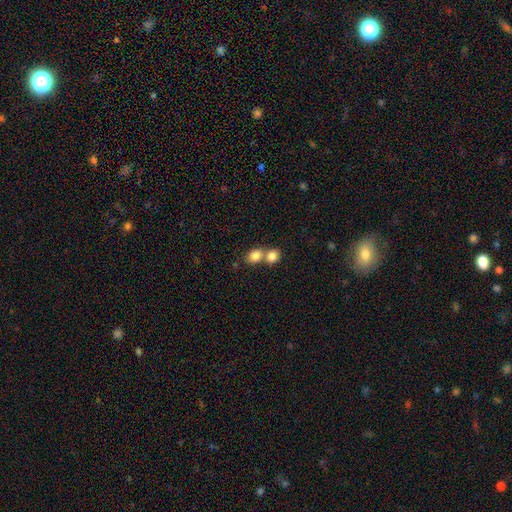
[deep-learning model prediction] Smooth or featured?
  - smooth: 83% *
  - star or artifact: 9%
  - featured or disk: 8%
How rounded?
  - round: 49% * (tied)
  - in between: 49% * (tied)
  - cigar-shaped: 1%
Merging?
  - merger: 55% *
  - none: 36%
  - minor disturbance: 6%
  - major disturbance: 3%